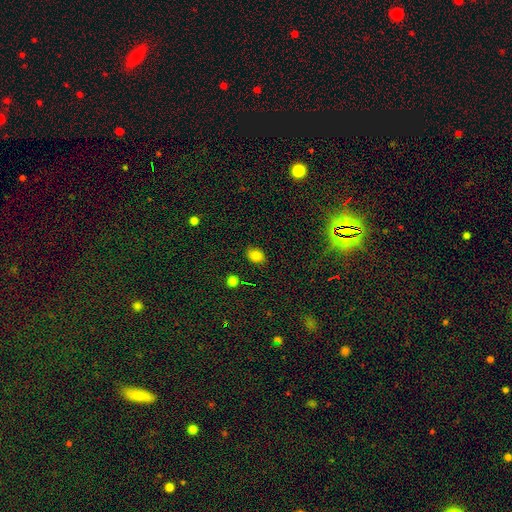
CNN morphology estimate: A smooth galaxy with no disk features (82%) that is in between round and cigar-shaped (66%).

Vote fractions:
- Smooth or featured? smooth: 82% / star or artifact: 12% / featured or disk: 6%
- How rounded? in between: 66% / round: 33% / cigar-shaped: 1%
- Merging? none: 85% / minor disturbance: 11% / major disturbance: 3% / merger: 2%